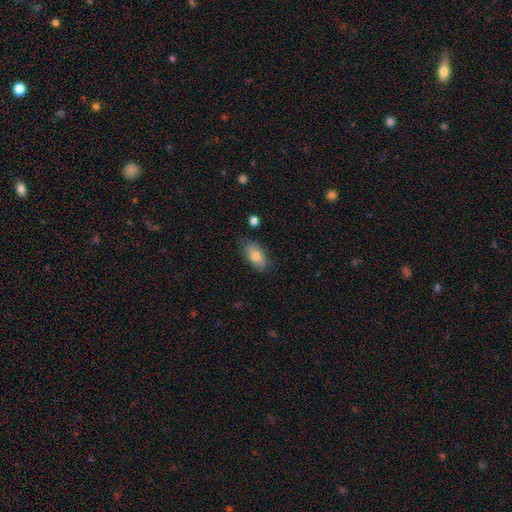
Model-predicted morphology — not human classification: This is likely a smooth galaxy (80%). How rounded: clearly in between (92%). Merging: likely none (79%).